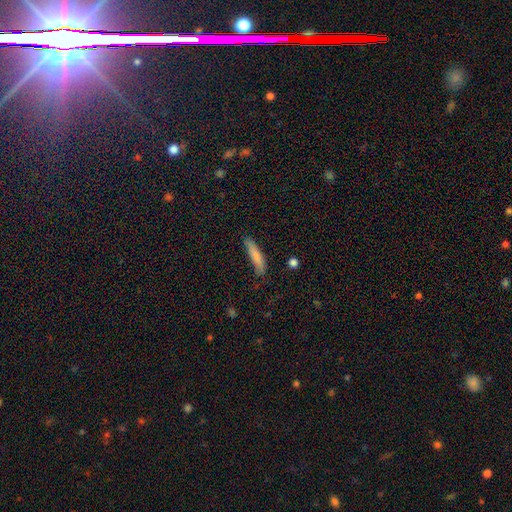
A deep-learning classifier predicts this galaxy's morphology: Q: Smooth or featured?
A: smooth (79%); runner-up: featured or disk (14%)
Q: How rounded?
A: cigar-shaped (85%); runner-up: in between (13%)
Q: Merging?
A: none (71%); runner-up: minor disturbance (22%)